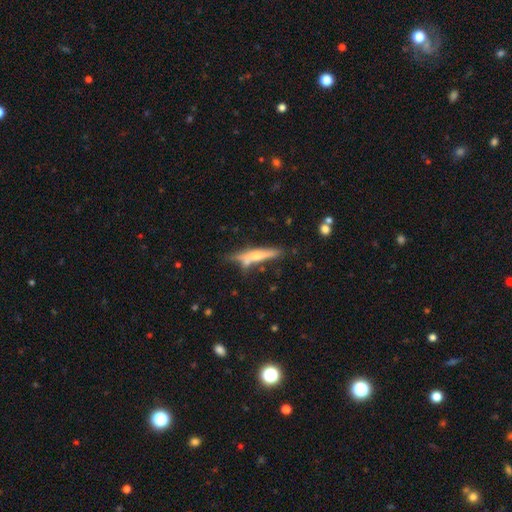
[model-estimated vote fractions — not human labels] Q: Smooth or featured?
A: featured or disk (50%); runner-up: smooth (44%)
Q: Merging?
A: none (61%); runner-up: minor disturbance (20%)